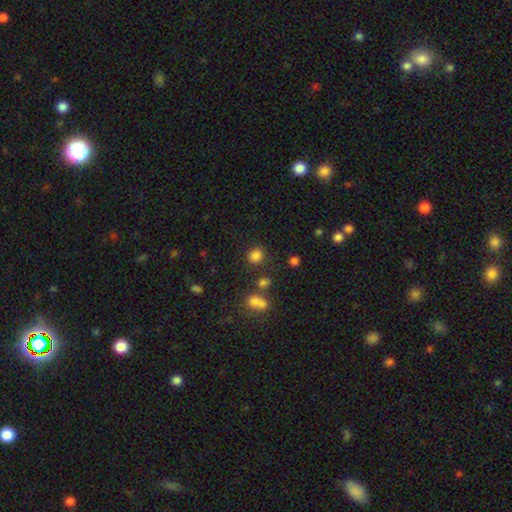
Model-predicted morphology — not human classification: type=smooth (81%); roundness=round (84%); merging=none (81%).